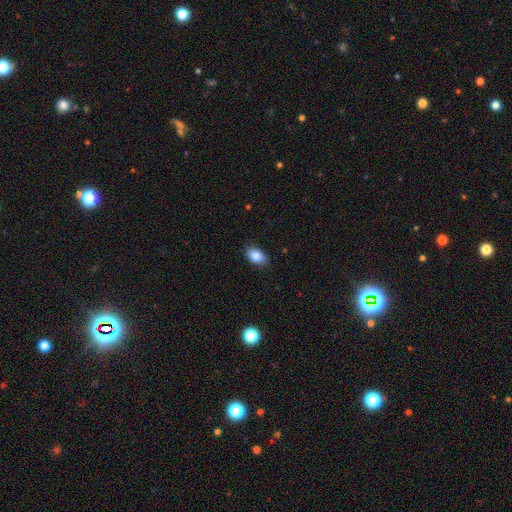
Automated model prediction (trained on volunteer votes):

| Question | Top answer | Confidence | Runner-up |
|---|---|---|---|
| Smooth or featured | smooth | 87% | star or artifact (7%) |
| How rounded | in between | 90% | round (9%) |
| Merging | none | 85% | minor disturbance (12%) |